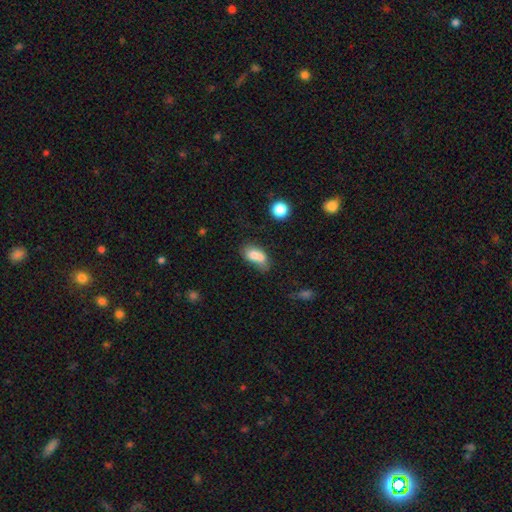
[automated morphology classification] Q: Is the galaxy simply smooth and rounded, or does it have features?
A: smooth — 72%.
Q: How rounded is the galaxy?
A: in between — 81%.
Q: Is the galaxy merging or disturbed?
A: merger — 46%.